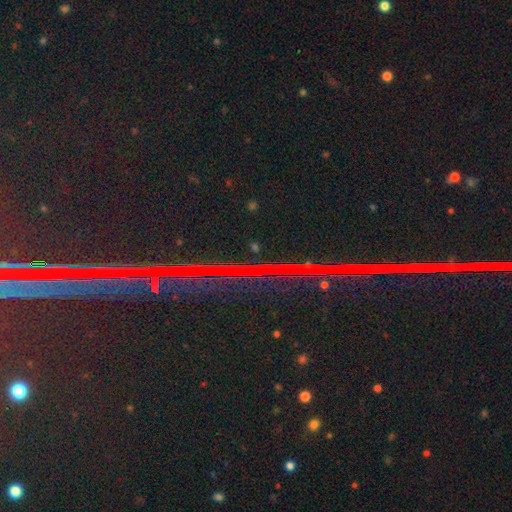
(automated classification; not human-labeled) The model was most divided on "smooth or featured": star or artifact: 89%, featured or disk: 7%, smooth: 5%.